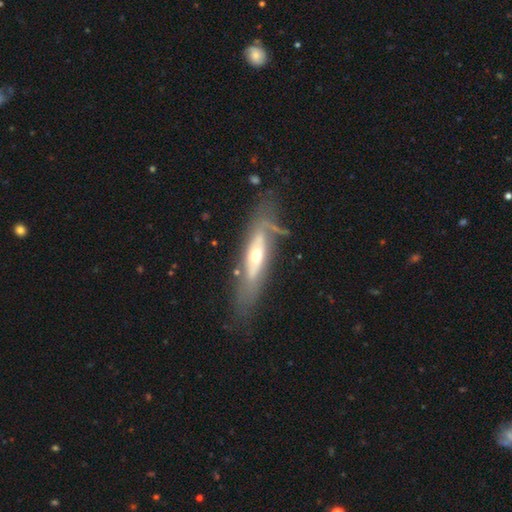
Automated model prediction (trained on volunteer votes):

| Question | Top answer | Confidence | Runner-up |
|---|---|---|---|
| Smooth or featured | featured or disk | 63% | smooth (31%) |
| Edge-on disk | no | 57% | yes (43%) |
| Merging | none | 58% | minor disturbance (21%) |